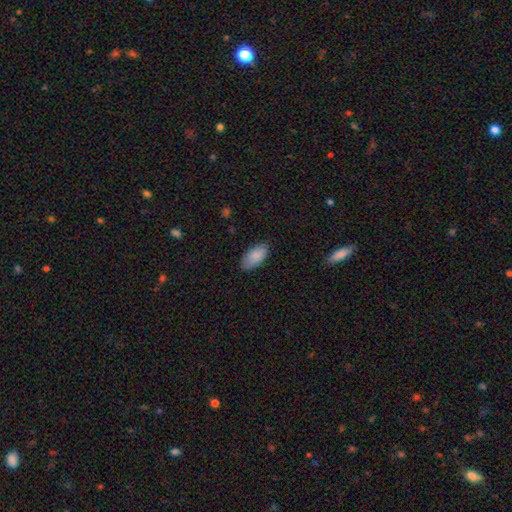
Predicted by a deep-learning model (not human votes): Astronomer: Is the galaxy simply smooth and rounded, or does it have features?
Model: smooth — 88%.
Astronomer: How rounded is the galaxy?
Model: in between — 94%.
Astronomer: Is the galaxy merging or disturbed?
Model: none — 84%.